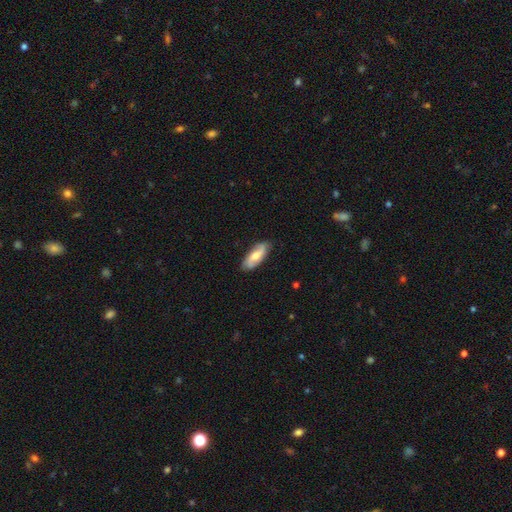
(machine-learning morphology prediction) Overall: featured or disk (50%; smooth 45%). Merging: none (83%).